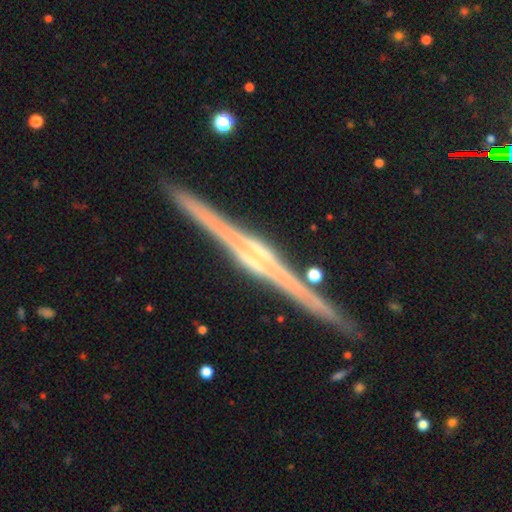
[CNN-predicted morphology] type=featured or disk (87%); edge-on=yes (98%); edge-on bulge=rounded (44%); merging=none (91%).